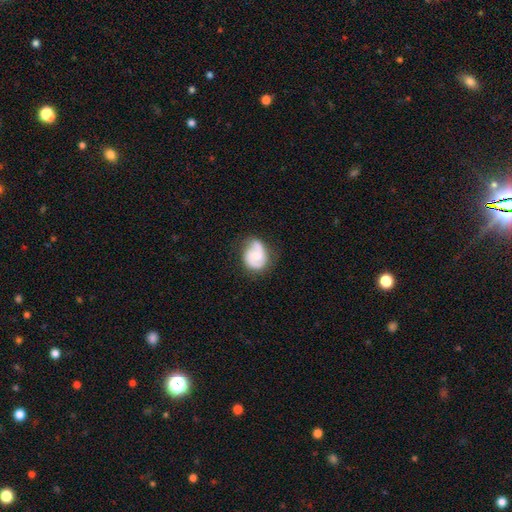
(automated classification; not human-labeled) Smooth or featured: featured or disk — 66% (smooth — 28%)
Edge-on disk: no — 98% (yes — 2%)
Bar: no — 49% (weak — 41%)
Spiral arms: yes — 88% (no — 12%)
Spiral winding: medium — 47% (tight — 30%)
Spiral arm count: 2 — 77% (1 — 10%)
Bulge size: moderate — 50% (small — 36%)
Merging: none — 60% (minor disturbance — 28%)